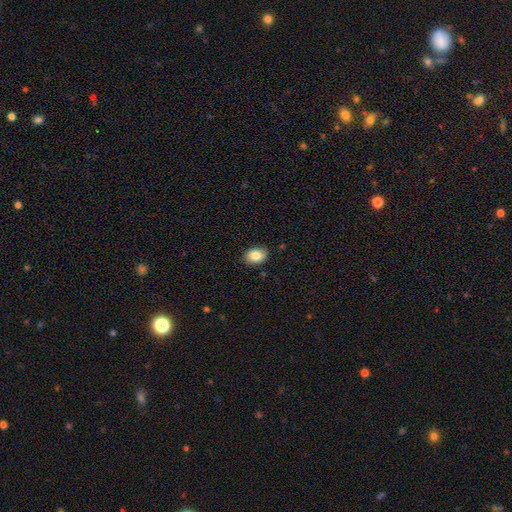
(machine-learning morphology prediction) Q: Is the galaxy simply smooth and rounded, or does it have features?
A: smooth — 86%.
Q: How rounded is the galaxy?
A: in between — 74%.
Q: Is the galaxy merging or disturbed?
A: none — 87%.